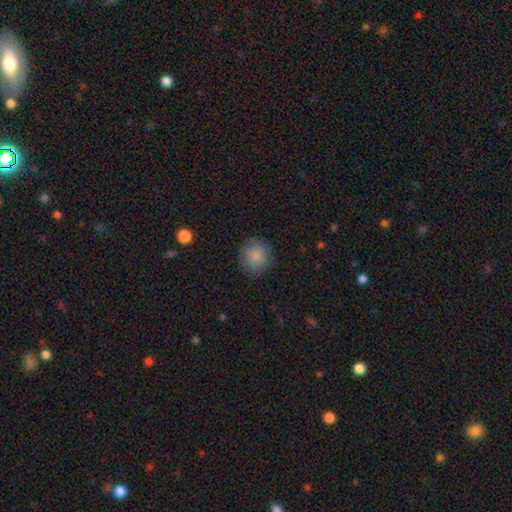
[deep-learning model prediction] smooth_or_featured: smooth (p=0.86) [alt: star or artifact p=0.08]
how_rounded: round (p=0.86) [alt: in between p=0.13]
merging: none (p=0.84) [alt: minor disturbance p=0.12]